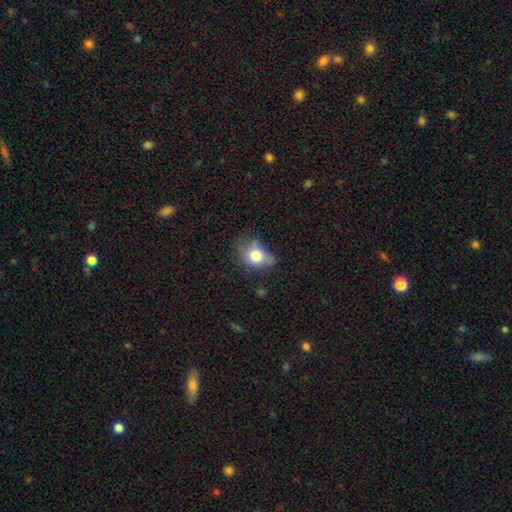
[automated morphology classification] Q: Smooth or featured?
A: smooth (72%); runner-up: featured or disk (17%)
Q: How rounded?
A: in between (62%); runner-up: round (37%)
Q: Merging?
A: none (39%); runner-up: minor disturbance (35%)